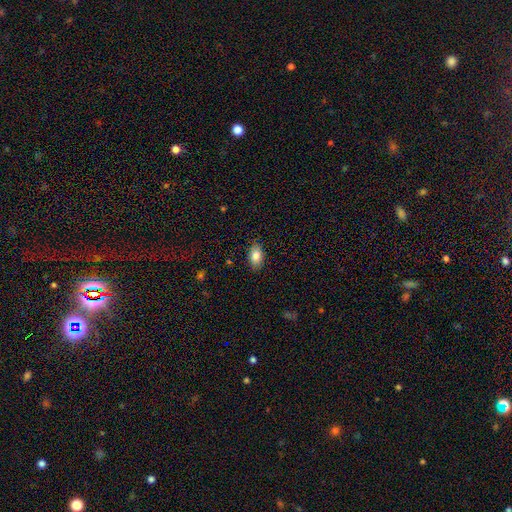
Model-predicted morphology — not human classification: Smooth or featured?
  - smooth: 83% *
  - featured or disk: 10%
  - star or artifact: 8%
How rounded?
  - in between: 90% *
  - round: 7%
  - cigar-shaped: 3%
Merging?
  - none: 85% *
  - minor disturbance: 11%
  - major disturbance: 2%
  - merger: 1%